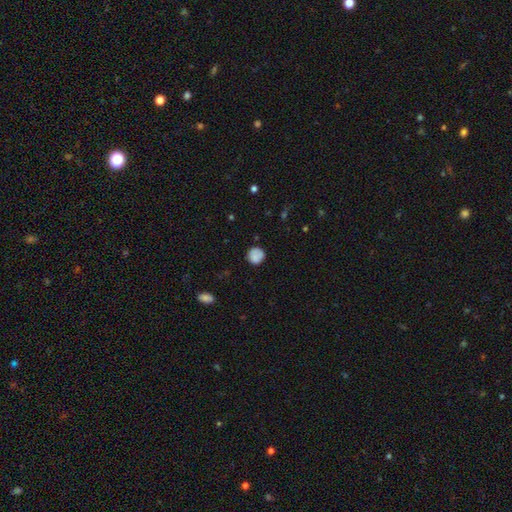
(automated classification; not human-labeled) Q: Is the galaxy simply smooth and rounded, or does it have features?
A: smooth — 82%.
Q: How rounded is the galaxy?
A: round — 90%.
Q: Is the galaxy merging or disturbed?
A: none — 80%.